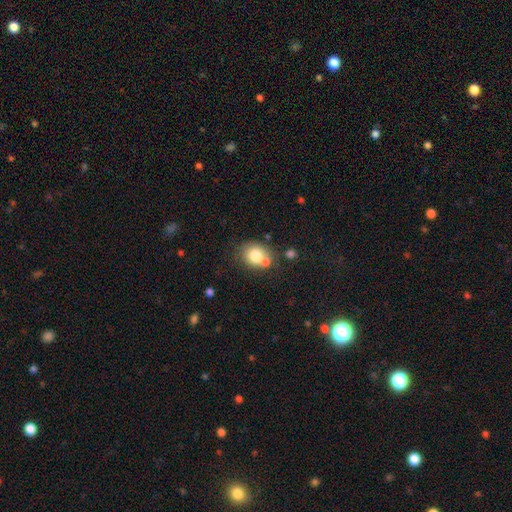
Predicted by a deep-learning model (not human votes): Smooth or featured: smooth — 76% (featured or disk — 14%)
How rounded: round — 63% (in between — 36%)
Merging: none — 50% (merger — 31%)